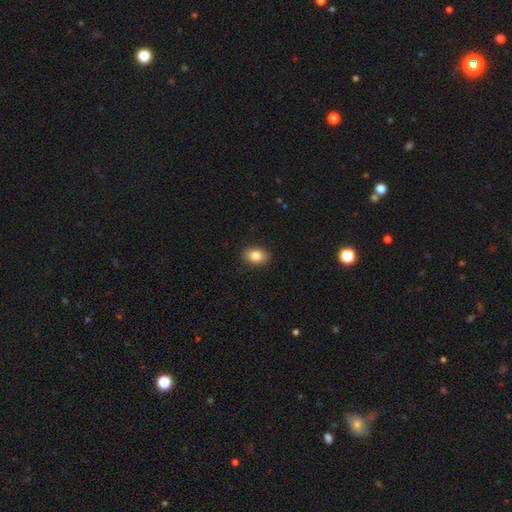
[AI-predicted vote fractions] Q: Smooth or featured?
A: smooth (84%); runner-up: star or artifact (8%)
Q: How rounded?
A: in between (82%); runner-up: round (17%)
Q: Merging?
A: none (90%); runner-up: minor disturbance (7%)